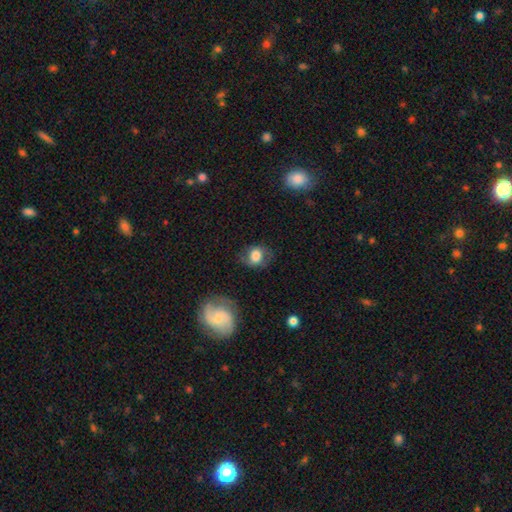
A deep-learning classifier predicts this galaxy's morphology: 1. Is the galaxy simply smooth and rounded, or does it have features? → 66% smooth, 26% featured or disk, 9% star or artifact.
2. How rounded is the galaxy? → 52% round, 47% in between, 1% cigar-shaped.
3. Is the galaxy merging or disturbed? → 64% none, 22% minor disturbance, 12% major disturbance, 2% merger.